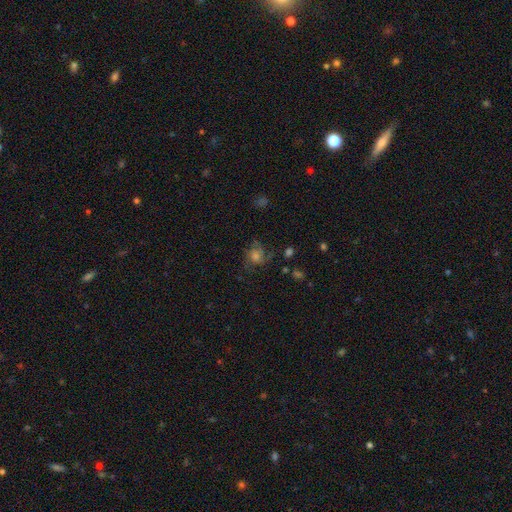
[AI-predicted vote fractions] The model was most divided on "bulge size": moderate: 46%, large: 23%, small: 20%, none: 8%, dominant: 3%. More confident: edge-on disk — no (97%); spiral arms — yes (85%); bar — no (77%); merging — none (63%); smooth or featured — featured or disk (53%).